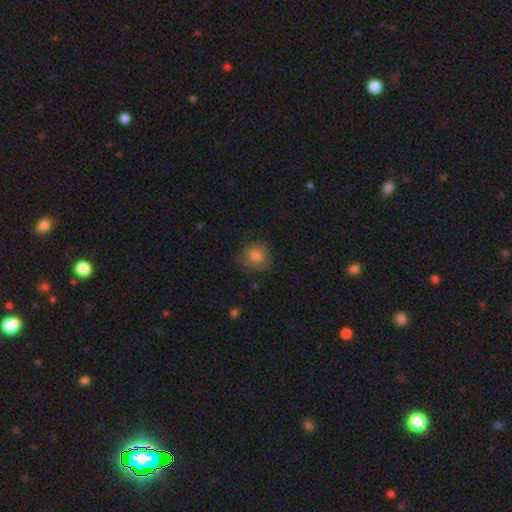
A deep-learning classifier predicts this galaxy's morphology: Smooth or featured: smooth — 77% (featured or disk — 15%)
How rounded: round — 77% (in between — 22%)
Merging: none — 69% (minor disturbance — 23%)